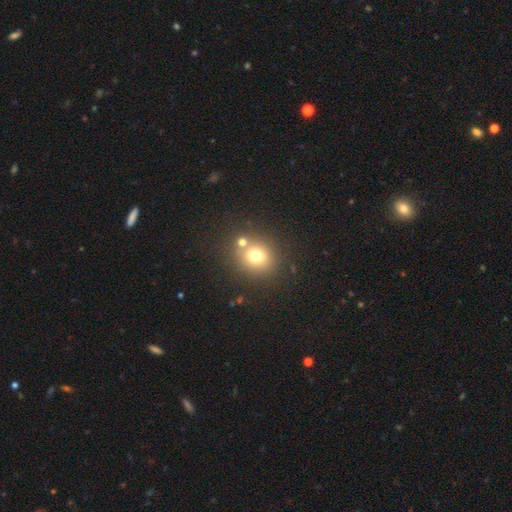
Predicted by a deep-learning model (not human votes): A smooth galaxy with no disk features (72%) that is round (79%).

Vote fractions:
- Smooth or featured? smooth: 72% / star or artifact: 15% / featured or disk: 12%
- How rounded? round: 79% / in between: 21% / cigar-shaped: 1%
- Merging? none: 67% / merger: 19% / minor disturbance: 9% / major disturbance: 4%